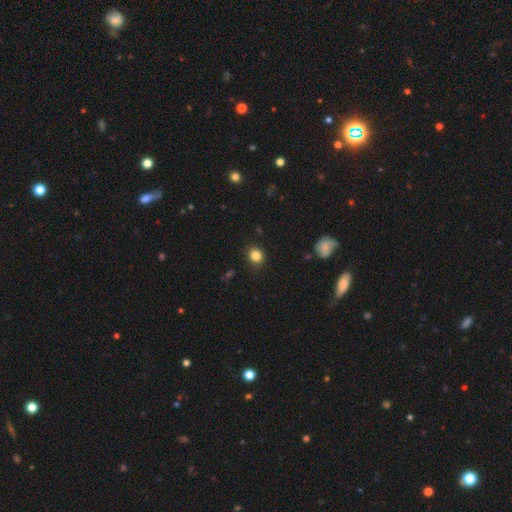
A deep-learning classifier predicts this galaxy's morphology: Smooth or featured? smooth (84%)
How rounded? round (74%)
Merging? none (86%)